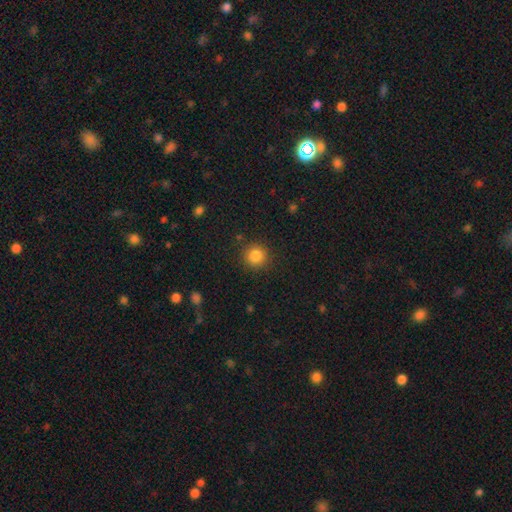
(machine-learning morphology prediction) type=smooth (85%); roundness=round (93%); merging=none (88%).